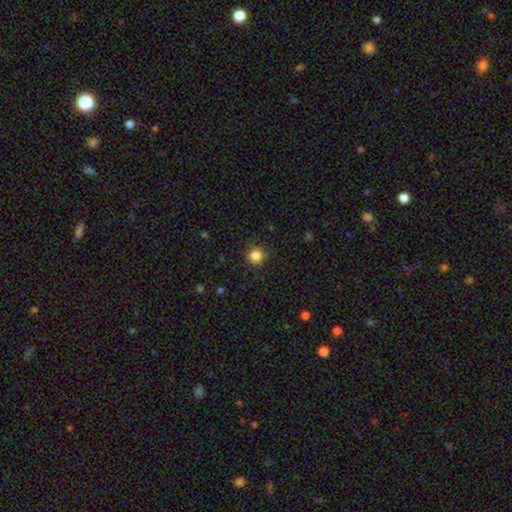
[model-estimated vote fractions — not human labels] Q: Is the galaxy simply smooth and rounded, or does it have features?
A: smooth — 85%.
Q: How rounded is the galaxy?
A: round — 95%.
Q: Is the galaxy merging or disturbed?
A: none — 90%.